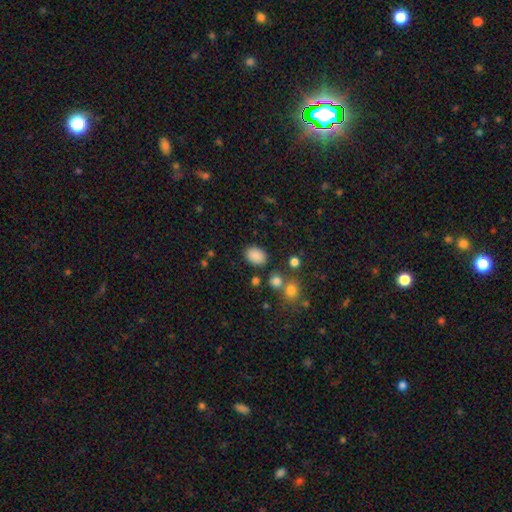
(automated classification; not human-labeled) smooth_or_featured: smooth (p=0.86) [alt: star or artifact p=0.10]
how_rounded: in between (p=0.78) [alt: round p=0.21]
merging: none (p=0.81) [alt: minor disturbance p=0.11]